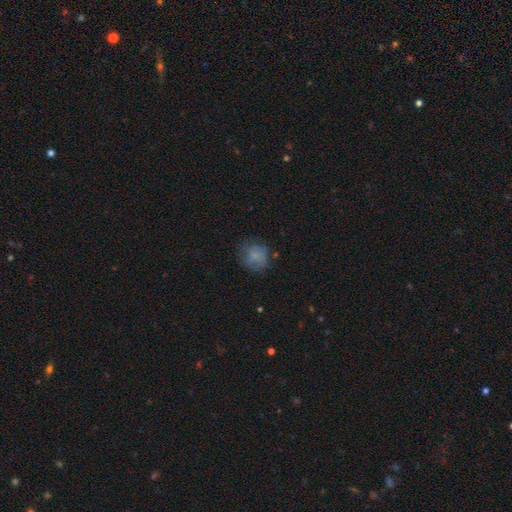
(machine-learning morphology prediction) Q: Smooth or featured?
A: smooth (74%); runner-up: featured or disk (16%)
Q: How rounded?
A: round (80%); runner-up: in between (19%)
Q: Merging?
A: none (64%); runner-up: minor disturbance (23%)